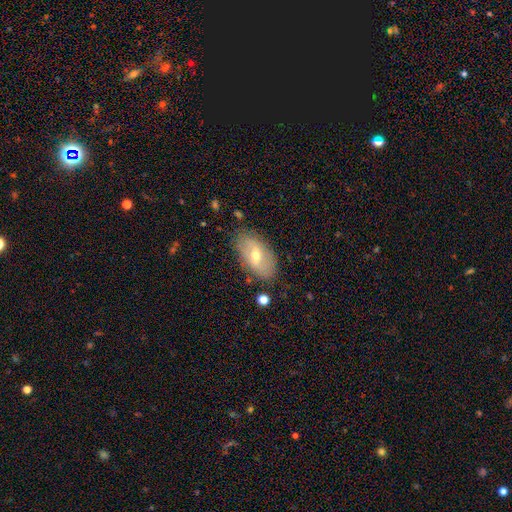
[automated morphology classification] Smooth or featured? Predicted: featured or disk (p=0.51). Edge-on disk? Predicted: no (p=0.87). Merging? Predicted: none (p=0.80).